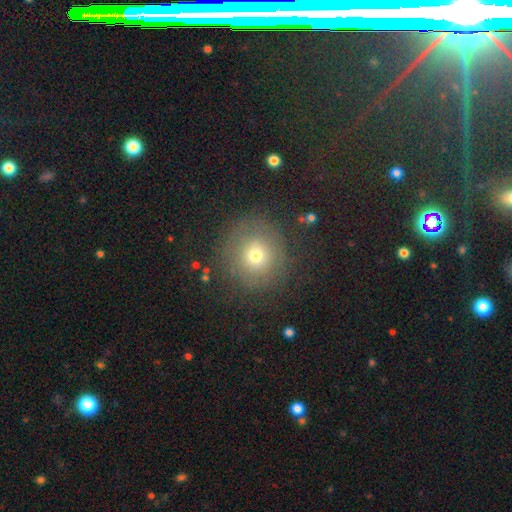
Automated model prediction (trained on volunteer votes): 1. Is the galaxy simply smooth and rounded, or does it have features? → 64% smooth, 19% featured or disk, 16% star or artifact.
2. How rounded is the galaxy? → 92% round, 7% in between, 1% cigar-shaped.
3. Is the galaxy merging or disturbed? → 79% none, 12% minor disturbance, 8% major disturbance, 2% merger.